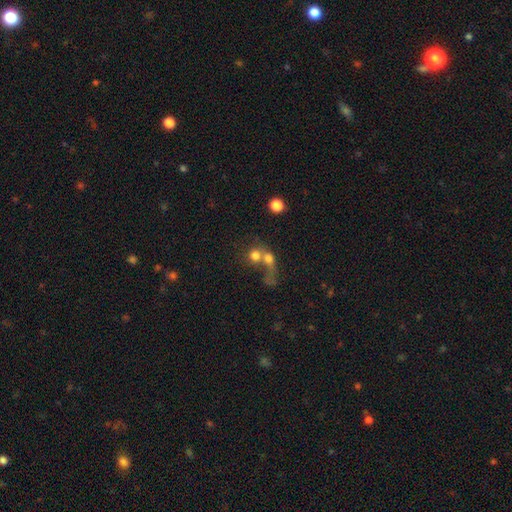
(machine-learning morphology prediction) Smooth or featured? smooth (70%)
How rounded? round (82%)
Merging? merger (63%)